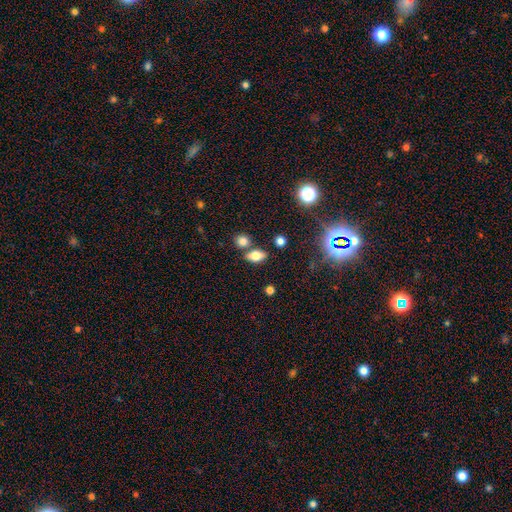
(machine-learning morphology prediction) Smooth or featured? smooth (69%)
How rounded? in between (80%)
Merging? none (70%)